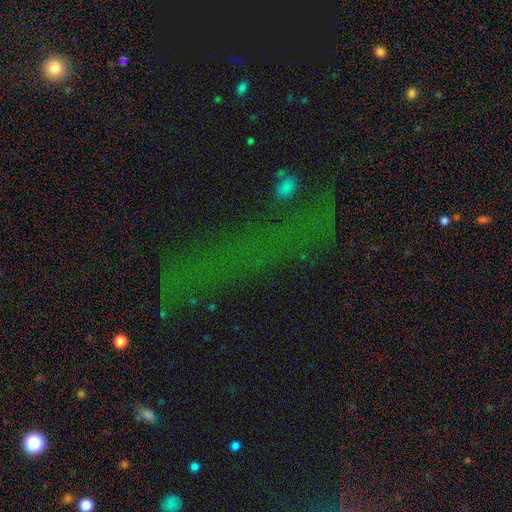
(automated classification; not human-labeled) Q: Smooth or featured?
A: star or artifact (62%); runner-up: smooth (23%)